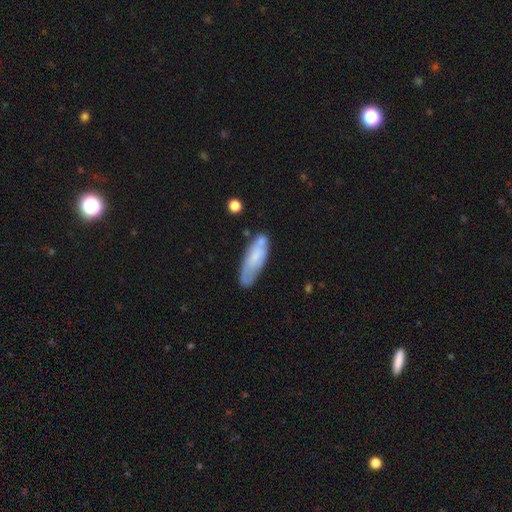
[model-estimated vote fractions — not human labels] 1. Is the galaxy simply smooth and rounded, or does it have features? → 61% smooth, 32% featured or disk, 7% star or artifact.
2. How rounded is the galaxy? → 52% in between, 46% cigar-shaped, 2% round.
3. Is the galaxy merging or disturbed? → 61% none, 25% minor disturbance, 7% merger, 7% major disturbance.